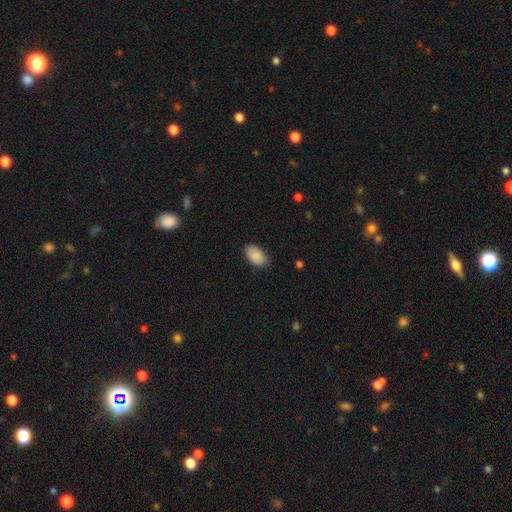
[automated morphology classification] Smooth or featured?
  - smooth: 90% *
  - star or artifact: 7%
  - featured or disk: 4%
How rounded?
  - in between: 93% *
  - round: 5%
  - cigar-shaped: 1%
Merging?
  - none: 82% *
  - minor disturbance: 14%
  - major disturbance: 3%
  - merger: 1%